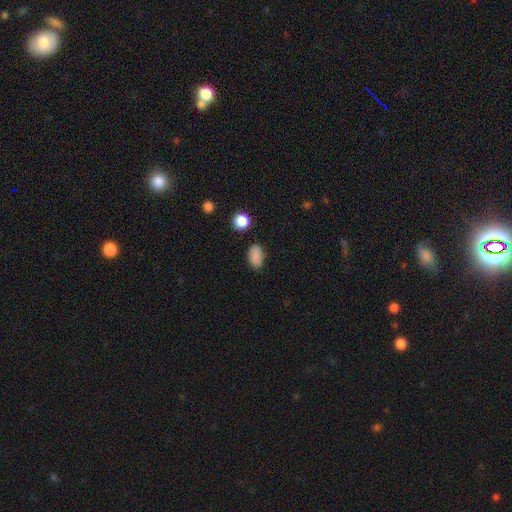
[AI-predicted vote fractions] Smooth or featured? smooth (86%)
How rounded? in between (89%)
Merging? none (81%)